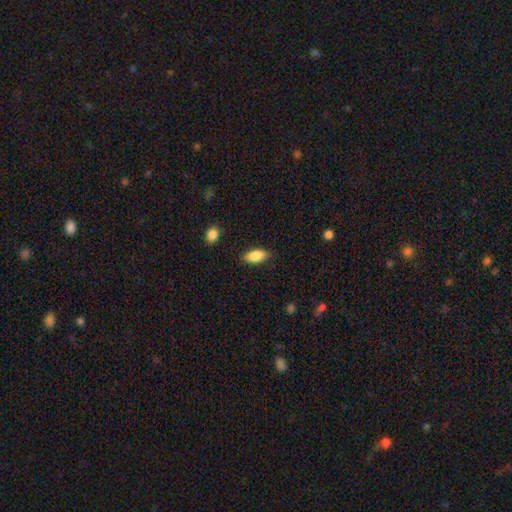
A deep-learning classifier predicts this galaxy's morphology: Smooth or featured: smooth — 87% (featured or disk — 7%)
How rounded: in between — 88% (cigar-shaped — 9%)
Merging: none — 84% (minor disturbance — 12%)